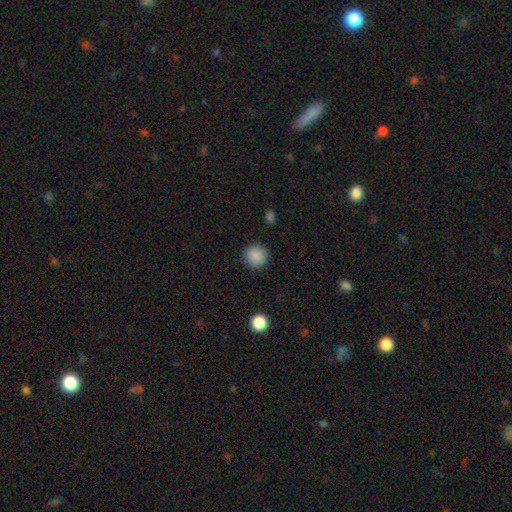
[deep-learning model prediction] smooth 88%, star or artifact 9%, featured or disk 3%. Down the decision tree: how rounded — round (93%); merging — none (91%).